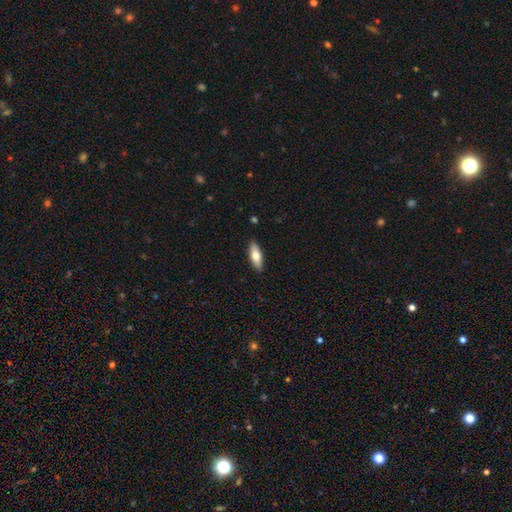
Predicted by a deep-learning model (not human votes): Smooth or featured? smooth (66%)
How rounded? in between (58%)
Merging? none (89%)